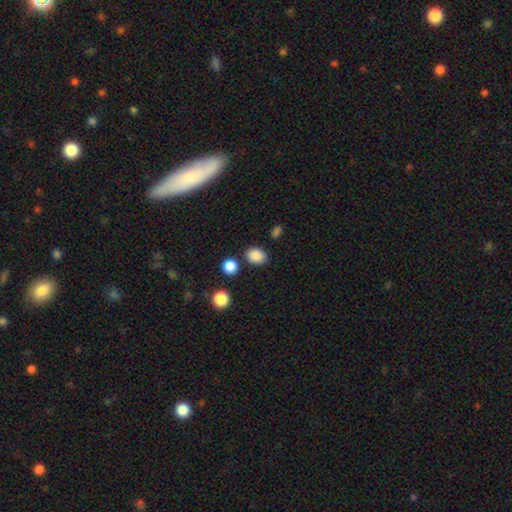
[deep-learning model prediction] Overall: smooth (86%). How rounded: in between (60%; round 39%). Merging: none (80%).